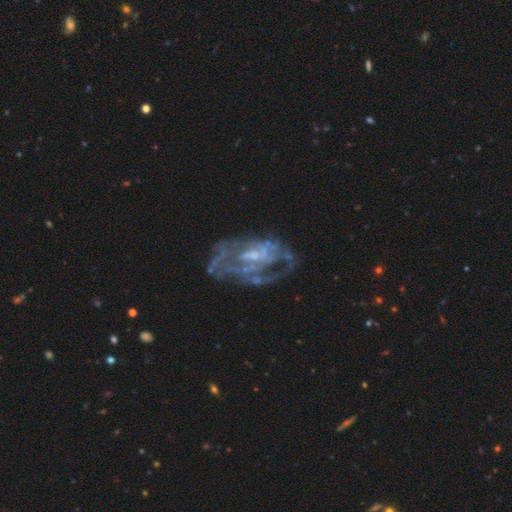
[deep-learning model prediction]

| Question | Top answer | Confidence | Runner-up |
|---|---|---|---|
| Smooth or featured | featured or disk | 78% | smooth (12%) |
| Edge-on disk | no | 96% | yes (4%) |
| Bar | no | 56% | weak (34%) |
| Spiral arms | yes | 57% | no (43%) |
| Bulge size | small | 51% | none (24%) |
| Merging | none | 45% | major disturbance (29%) |